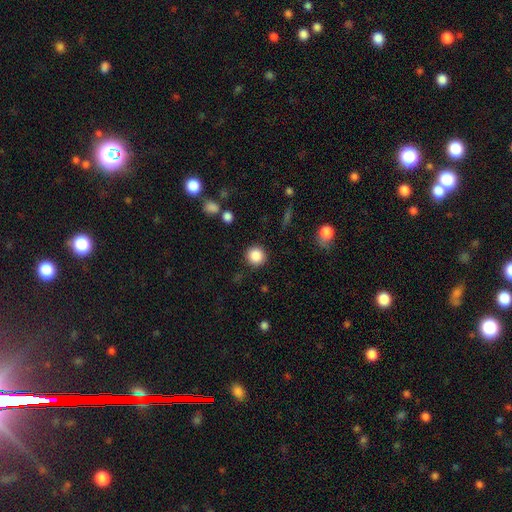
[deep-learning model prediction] smooth 87%, star or artifact 10%, featured or disk 4%. Down the decision tree: how rounded — round (93%); merging — none (89%).